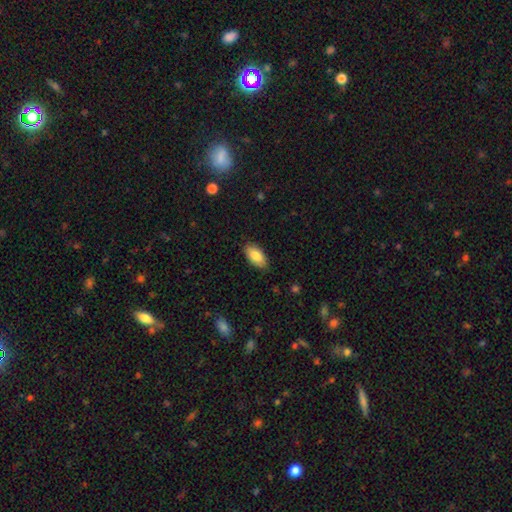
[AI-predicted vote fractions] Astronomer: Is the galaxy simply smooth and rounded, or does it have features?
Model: smooth — 86%.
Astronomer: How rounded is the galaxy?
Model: in between — 92%.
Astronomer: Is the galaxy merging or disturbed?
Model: none — 86%.